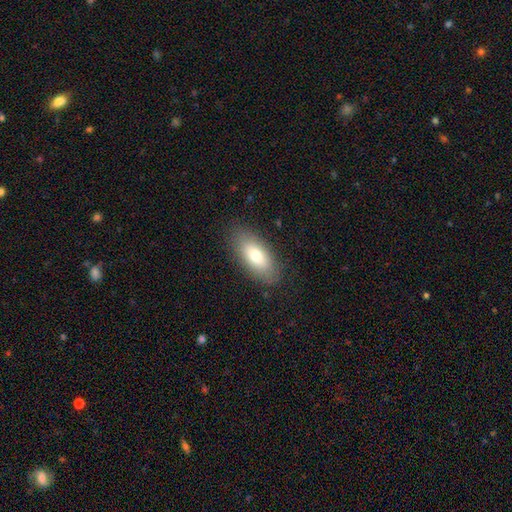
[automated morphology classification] Overall: smooth (75%). How rounded: in between (87%). Merging: none (85%).